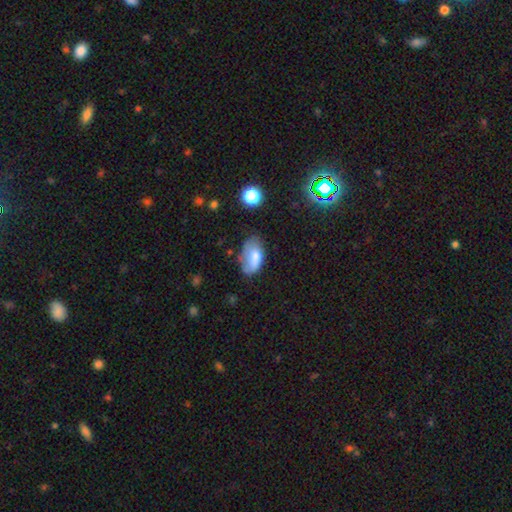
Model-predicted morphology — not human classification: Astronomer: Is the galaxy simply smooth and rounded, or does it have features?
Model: smooth — 70%.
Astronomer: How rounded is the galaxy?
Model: in between — 92%.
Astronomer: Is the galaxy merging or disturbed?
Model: none — 44% (runner-up: minor disturbance, 35%).